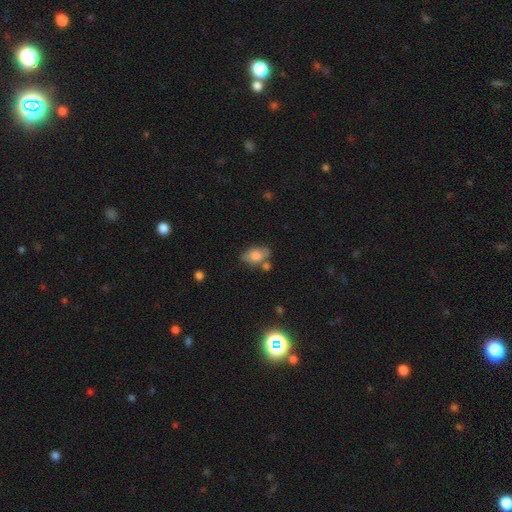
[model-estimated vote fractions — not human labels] Overall: smooth (73%). How rounded: in between (86%). Merging: none (56%; minor disturbance 22%).